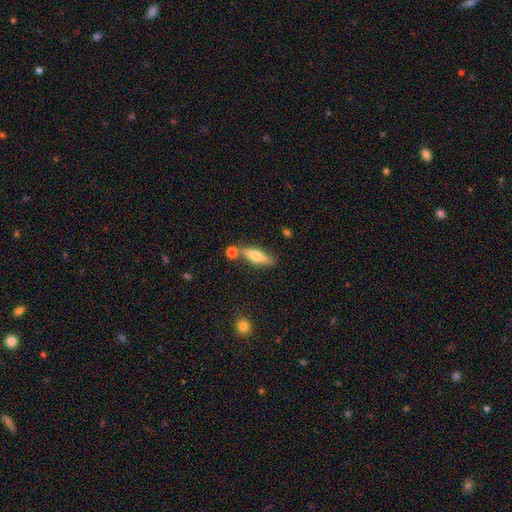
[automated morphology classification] The model was most divided on "smooth or featured": smooth: 55%, featured or disk: 38%, star or artifact: 7%. More confident: merging — none (73%); how rounded — cigar-shaped (66%).